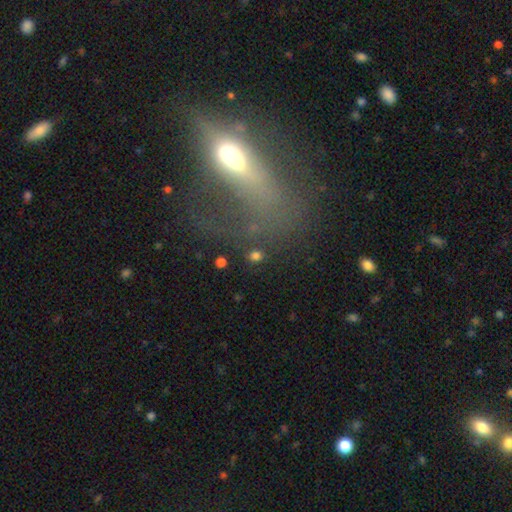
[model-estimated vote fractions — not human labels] Smooth or featured? smooth (73%)
How rounded? round (69%)
Merging? none (85%)